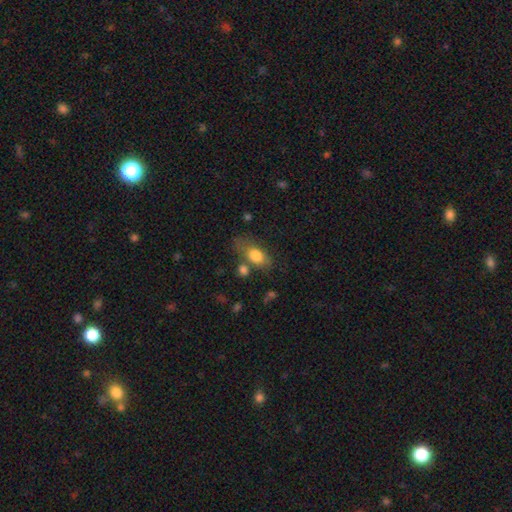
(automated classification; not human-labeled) A smooth galaxy with no disk features (79%) that is in between round and cigar-shaped (83%).

Vote fractions:
- Smooth or featured? smooth: 79% / featured or disk: 13% / star or artifact: 8%
- How rounded? in between: 83% / round: 12% / cigar-shaped: 5%
- Merging? none: 53% / minor disturbance: 22% / merger: 14% / major disturbance: 11%